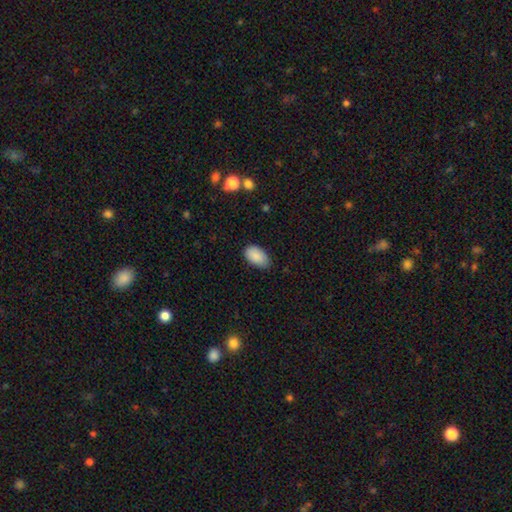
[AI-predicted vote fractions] A smooth galaxy with no disk features (89%) that is in between round and cigar-shaped (94%).

Vote fractions:
- Smooth or featured? smooth: 89% / star or artifact: 7% / featured or disk: 4%
- How rounded? in between: 94% / round: 4% / cigar-shaped: 2%
- Merging? none: 76% / minor disturbance: 20% / major disturbance: 3% / merger: 1%